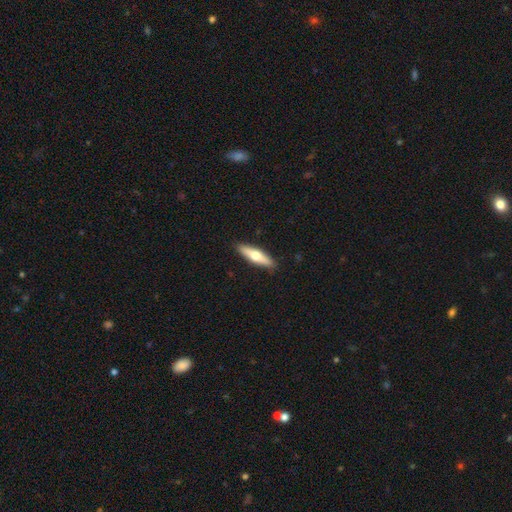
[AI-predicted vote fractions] A smooth galaxy with no disk features (53%) that is cigar-shaped (72%). Merging: none (91%).